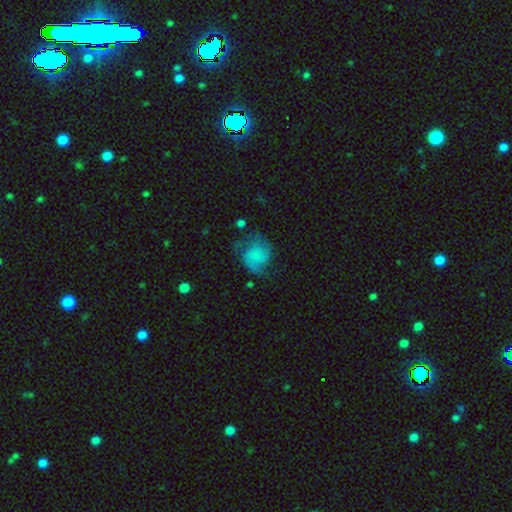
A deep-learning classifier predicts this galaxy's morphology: smooth_or_featured: featured or disk (p=0.61) [alt: smooth p=0.30]
disk_edge_on: no (p=0.98) [alt: yes p=0.02]
bar: no (p=0.75) [alt: weak p=0.22]
has_spiral_arms: yes (p=0.91) [alt: no p=0.09]
spiral_winding: medium (p=0.44) [alt: loose p=0.33]
spiral_arm_count: 2 (p=0.75) [alt: can't tell p=0.09]
bulge_size: none (p=0.55) [alt: small p=0.23]
merging: none (p=0.57) [alt: minor disturbance p=0.23]